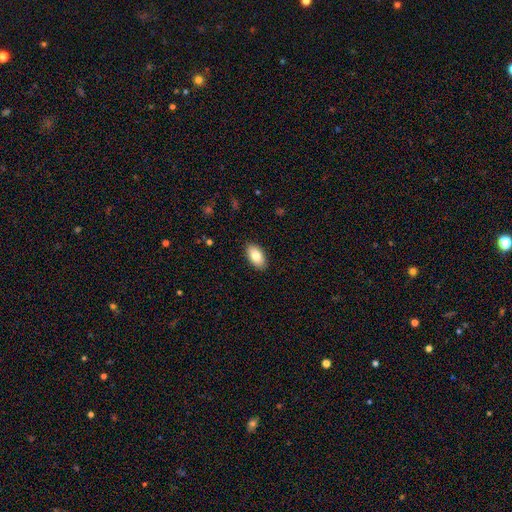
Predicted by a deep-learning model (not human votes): Smooth or featured? Predicted: smooth (p=0.82). How rounded? Predicted: in between (p=0.94). Merging? Predicted: none (p=0.89).